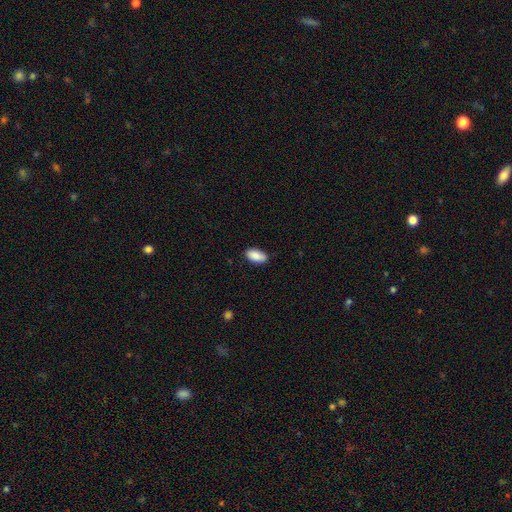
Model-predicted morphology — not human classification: Smooth or featured: smooth — 89% (star or artifact — 6%)
How rounded: in between — 94% (cigar-shaped — 4%)
Merging: none — 85% (minor disturbance — 12%)